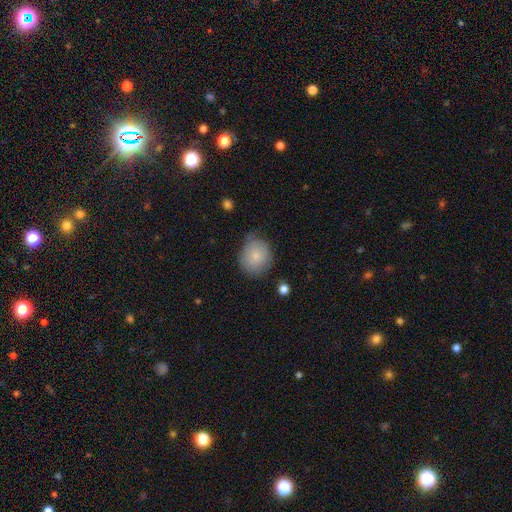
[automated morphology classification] The model was most divided on "merging": none: 66%, minor disturbance: 25%, major disturbance: 6%, merger: 3%. More confident: smooth or featured — smooth (80%); how rounded — round (77%).